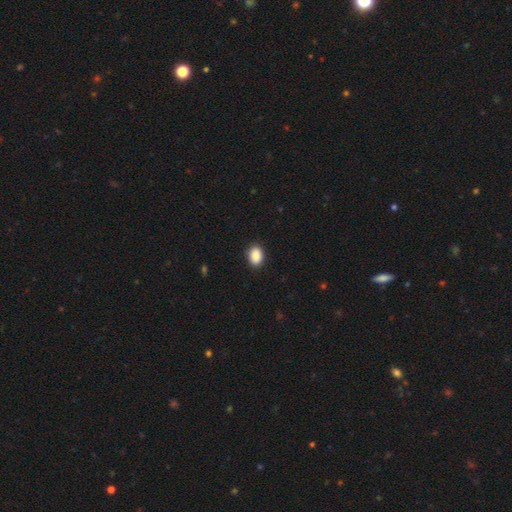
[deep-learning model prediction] smooth-or-featured: smooth: 90% | star or artifact: 8% | featured or disk: 2%
  how-rounded: in between: 75% | round: 24% | cigar-shaped: 1%
  merging: none: 89% | minor disturbance: 8% | major disturbance: 2% | merger: 1%